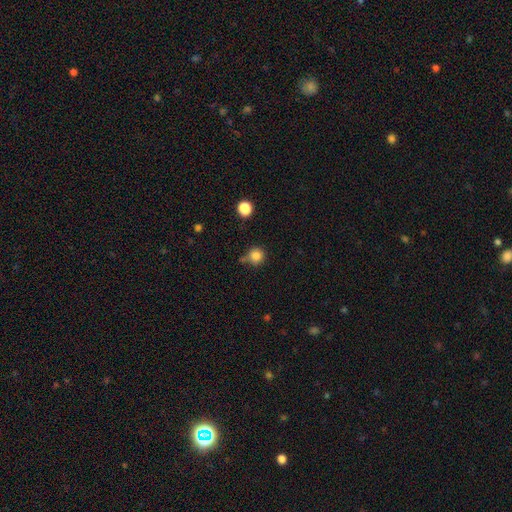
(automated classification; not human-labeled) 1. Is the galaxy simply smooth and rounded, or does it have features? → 83% smooth, 12% star or artifact, 5% featured or disk.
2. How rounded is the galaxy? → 92% round, 7% in between, 1% cigar-shaped.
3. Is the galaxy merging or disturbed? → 69% none, 16% minor disturbance, 11% merger, 5% major disturbance.